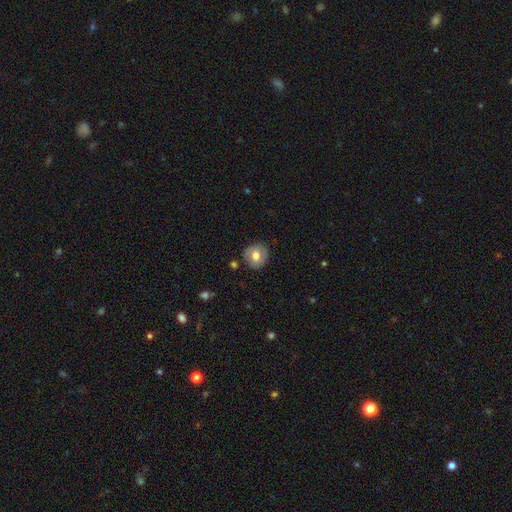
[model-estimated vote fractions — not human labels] The model was most divided on "smooth or featured": smooth: 69%, featured or disk: 23%, star or artifact: 8%. More confident: how rounded — round (86%); merging — none (85%).